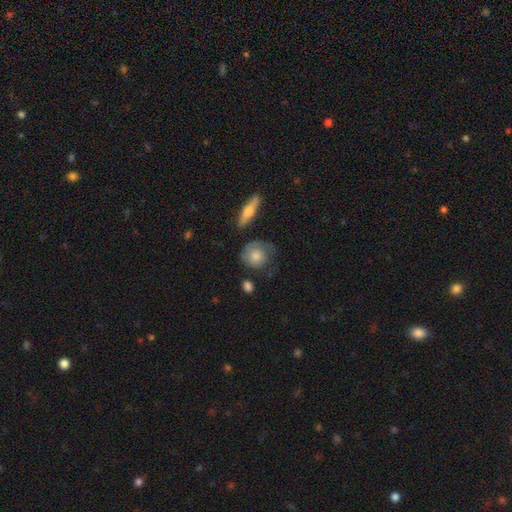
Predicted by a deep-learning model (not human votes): Smooth or featured? smooth (64%)
How rounded? round (77%)
Merging? none (55%)